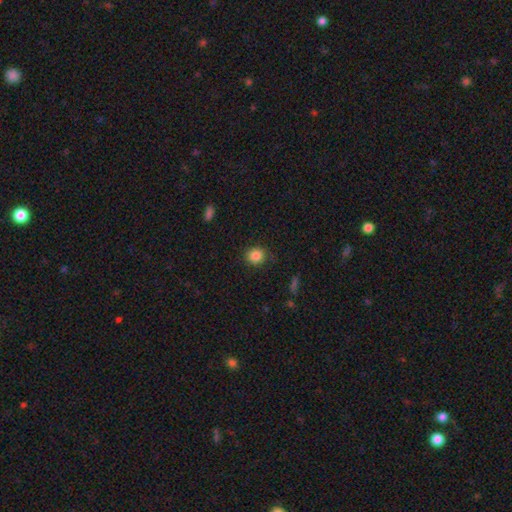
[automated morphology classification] Smooth or featured: smooth — 85% (star or artifact — 10%)
How rounded: round — 85% (in between — 14%)
Merging: none — 85% (minor disturbance — 11%)